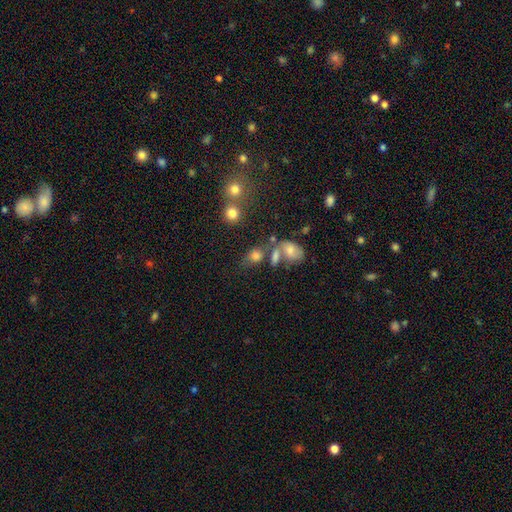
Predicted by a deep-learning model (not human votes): smooth_or_featured: smooth (p=0.76) [alt: star or artifact p=0.13]
how_rounded: in between (p=0.62) [alt: round p=0.35]
merging: none (p=0.45) [alt: merger p=0.27]